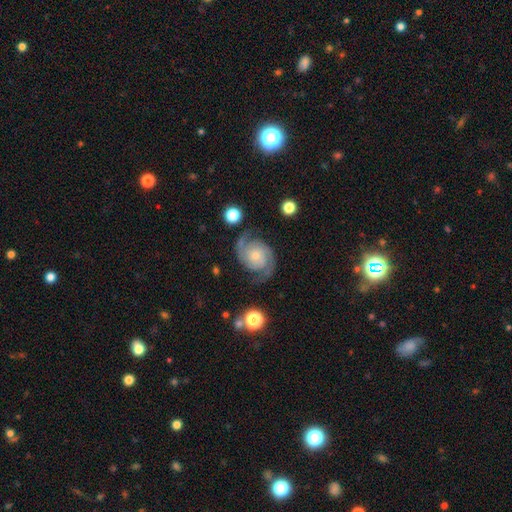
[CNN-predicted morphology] Smooth or featured: featured or disk — 90% (smooth — 5%)
Edge-on disk: no — 98% (yes — 2%)
Bar: no — 73% (weak — 22%)
Spiral arms: yes — 98% (no — 2%)
Spiral winding: medium — 51% (tight — 35%)
Spiral arm count: 2 — 93% (can't tell — 2%)
Bulge size: small — 59% (moderate — 32%)
Merging: none — 78% (minor disturbance — 14%)